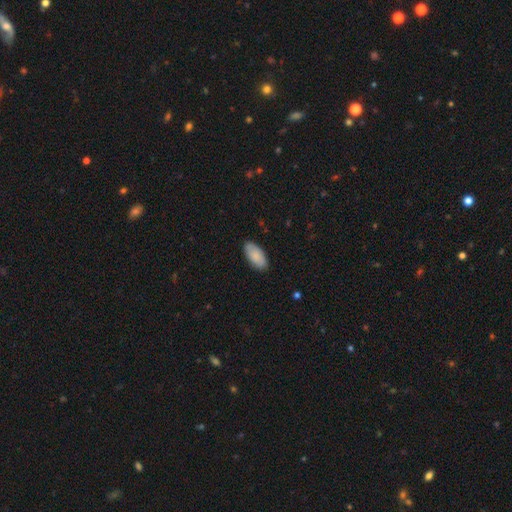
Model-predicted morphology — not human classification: Smooth or featured? smooth (85%)
How rounded? in between (93%)
Merging? none (87%)